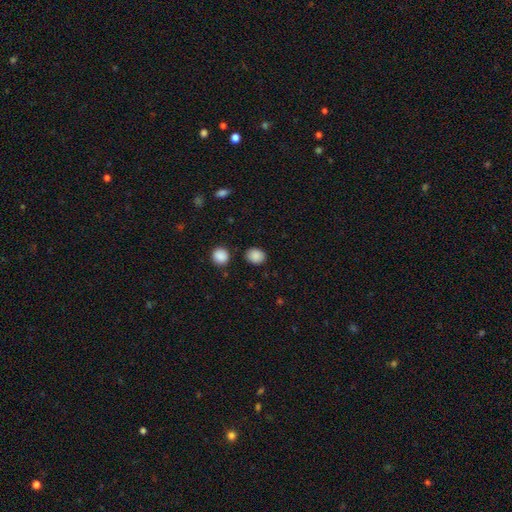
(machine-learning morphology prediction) A smooth galaxy with no disk features (87%) that is round (64%). Merging: none (85%).